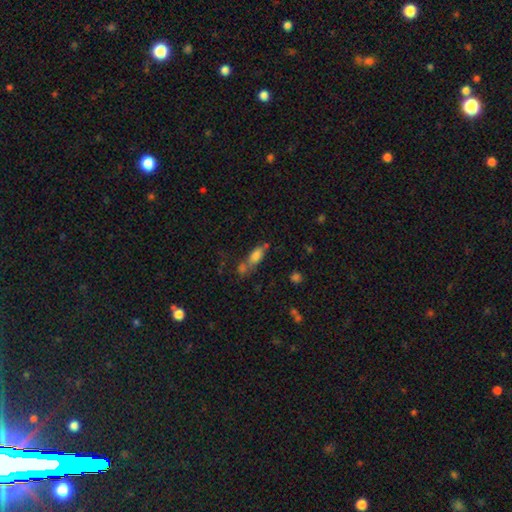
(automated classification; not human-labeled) Smooth or featured? smooth (75%)
How rounded? in between (73%)
Merging? merger (41%)